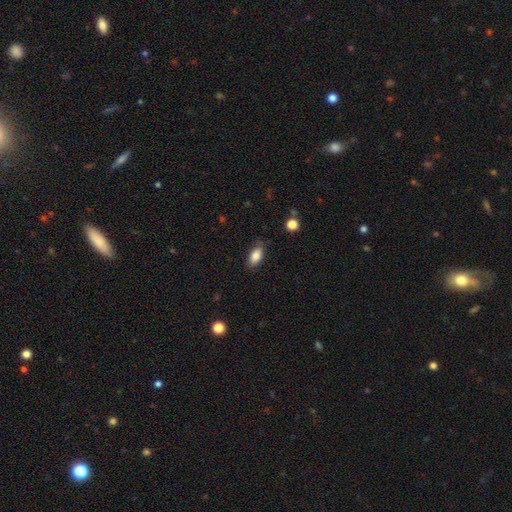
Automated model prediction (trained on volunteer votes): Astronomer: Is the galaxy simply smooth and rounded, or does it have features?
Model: smooth — 86%.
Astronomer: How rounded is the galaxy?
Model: in between — 91%.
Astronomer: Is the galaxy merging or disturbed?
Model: none — 77%.